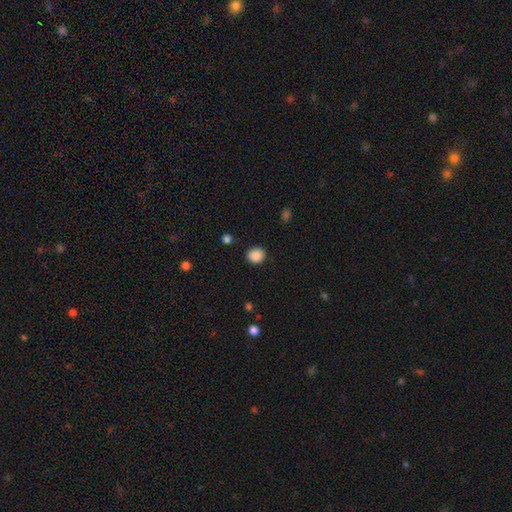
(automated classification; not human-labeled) A smooth galaxy with no disk features (88%) that is round (76%).

Vote fractions:
- Smooth or featured? smooth: 88% / star or artifact: 9% / featured or disk: 3%
- How rounded? round: 76% / in between: 24% / cigar-shaped: 1%
- Merging? none: 86% / minor disturbance: 10% / major disturbance: 3% / merger: 1%